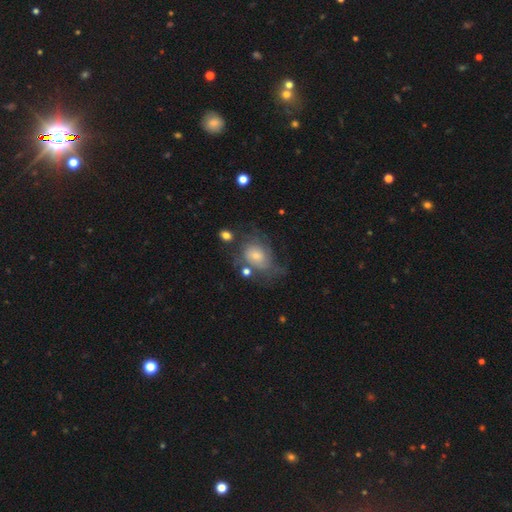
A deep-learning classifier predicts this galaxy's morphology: The model was most divided on "smooth or featured": featured or disk: 50%, smooth: 38%, star or artifact: 12%. Remaining: merging — none (48%).